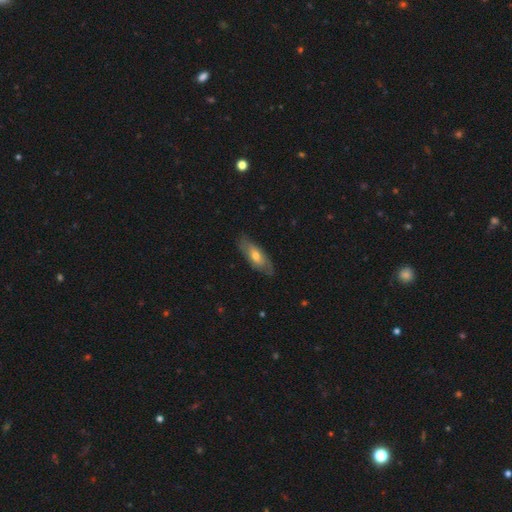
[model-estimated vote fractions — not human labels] Overall: smooth (53%; featured or disk 41%). How rounded: in between (67%; cigar-shaped 30%). Merging: none (79%).